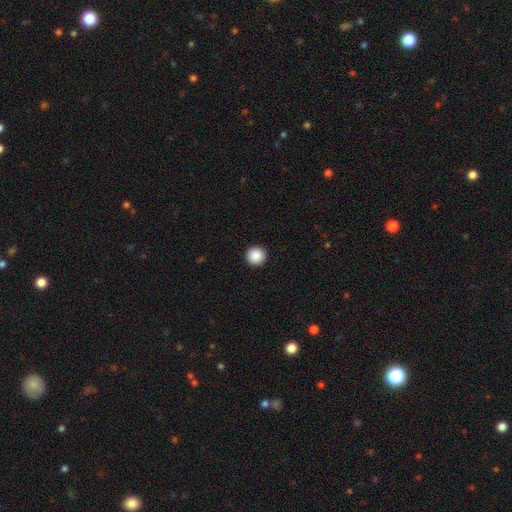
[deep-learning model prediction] This appears to be a smooth galaxy with no disk features (89%) that is round (96%). Merging: none (94%).